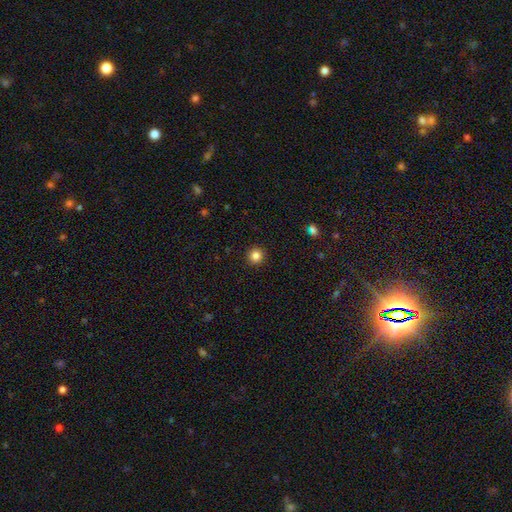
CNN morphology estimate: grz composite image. It shows a smooth galaxy with no disk features (84%) that is round (95%). Merging: none (93%).